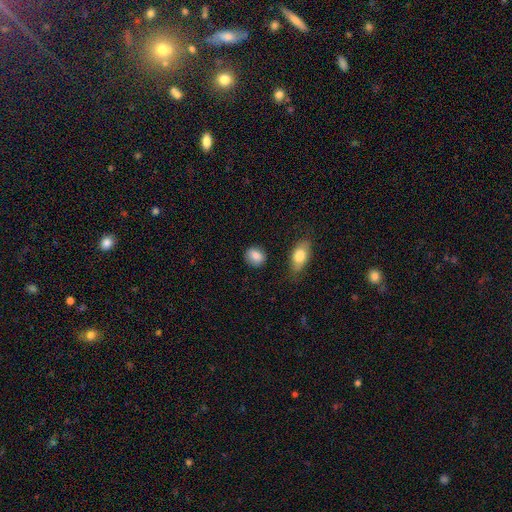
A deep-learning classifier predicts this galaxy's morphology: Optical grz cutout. It shows a smooth galaxy with no disk features (86%) that is round (56%). Merging: none (82%).